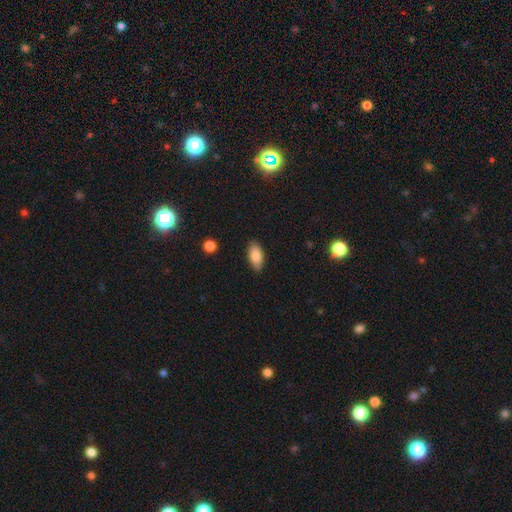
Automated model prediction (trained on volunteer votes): smooth-or-featured: smooth: 86% | star or artifact: 7% | featured or disk: 7%
  how-rounded: in between: 91% | cigar-shaped: 6% | round: 3%
  merging: none: 85% | minor disturbance: 12% | major disturbance: 2% | merger: 1%